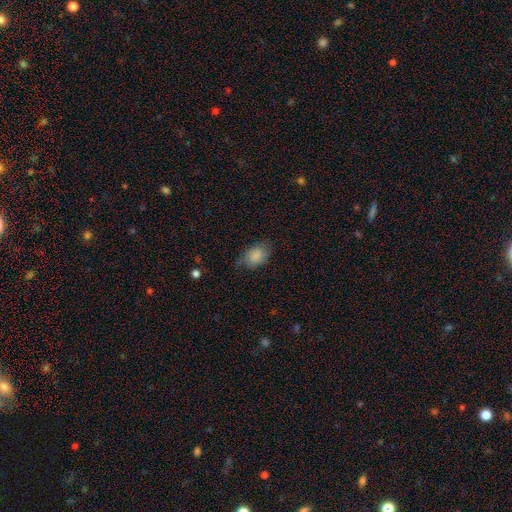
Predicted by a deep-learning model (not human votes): This is clearly a smooth galaxy (80%). How rounded: clearly in between (84%). Merging: possibly none (60%).